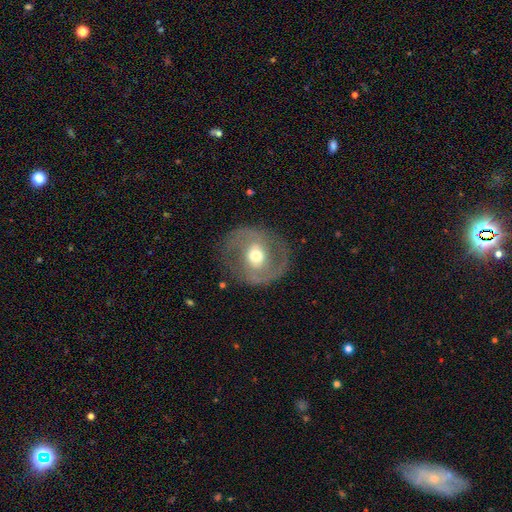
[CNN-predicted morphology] featured or disk 66%, smooth 28%, star or artifact 6%. Down the decision tree: edge-on disk — no (95%); bar — no (44%); spiral arms — yes (54%); bulge size — moderate (68%); merging — none (78%).